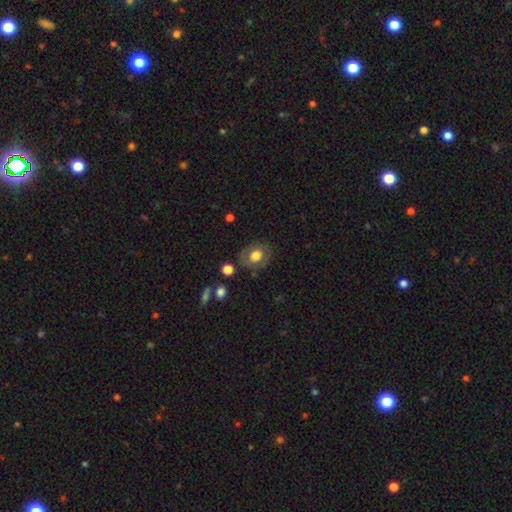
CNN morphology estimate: This appears to be a smooth galaxy with no disk features (66%) that is round (55%). Merging: none (78%).